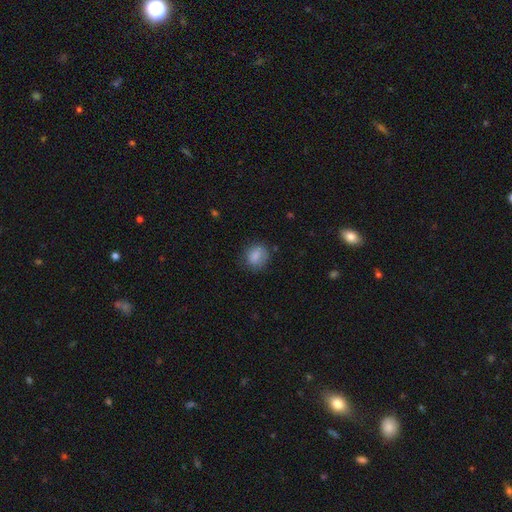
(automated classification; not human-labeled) Morphology: type=smooth (84%); roundness=round (65%); merging=none (75%).